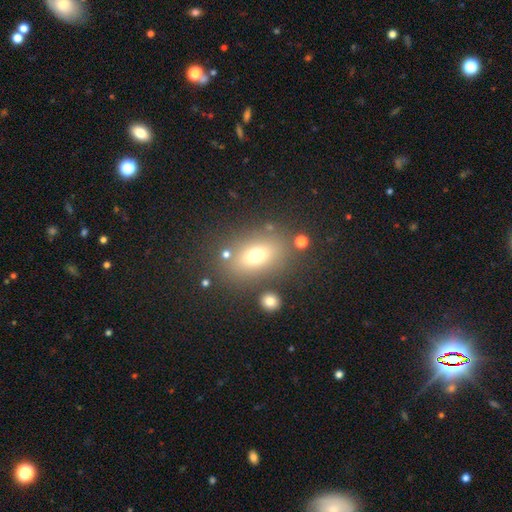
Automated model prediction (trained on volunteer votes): The model was most divided on "smooth or featured": smooth: 69%, featured or disk: 17%, star or artifact: 14%. More confident: merging — none (77%); how rounded — in between (76%).